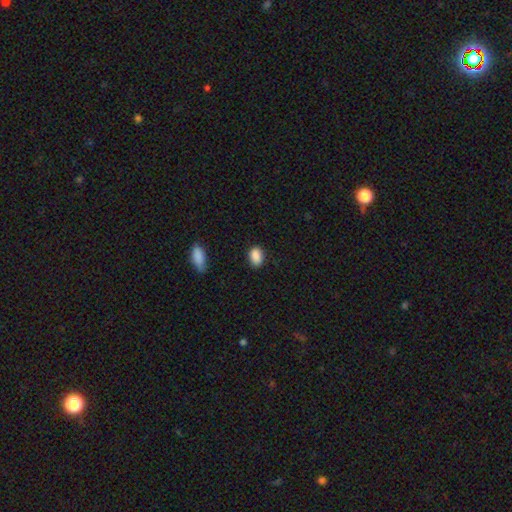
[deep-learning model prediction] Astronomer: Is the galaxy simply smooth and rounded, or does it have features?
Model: smooth — 89%.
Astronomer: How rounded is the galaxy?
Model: in between — 83%.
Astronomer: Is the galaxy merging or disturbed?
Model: none — 83%.